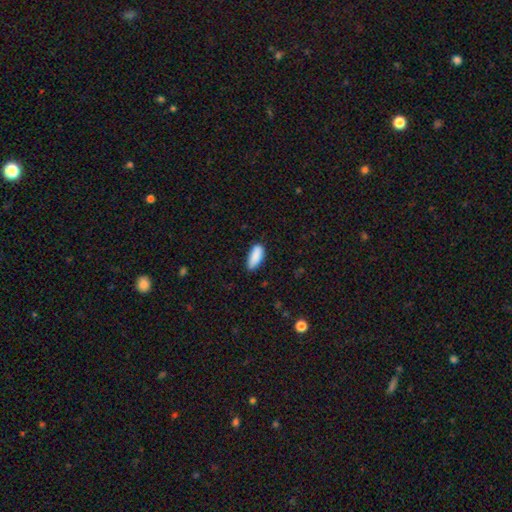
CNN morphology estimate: A smooth galaxy with no disk features (89%) that is in between round and cigar-shaped (78%). Merging: none (74%).